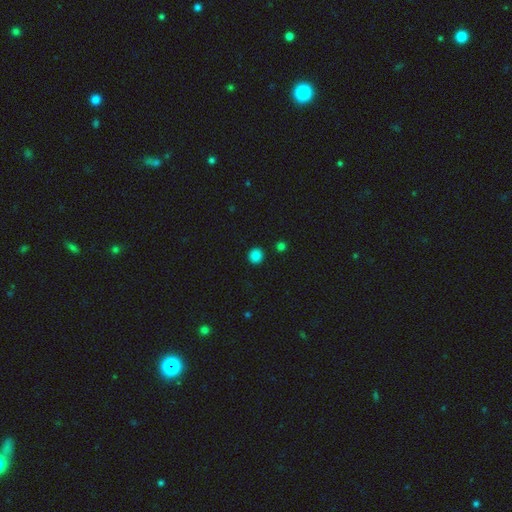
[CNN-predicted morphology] A smooth galaxy with no disk features (85%) that is round (89%). Merging: none (91%).